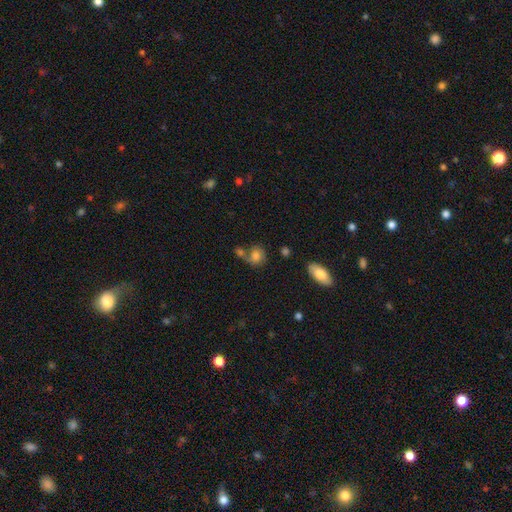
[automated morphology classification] The model was most divided on "merging": none: 47%, merger: 31%, minor disturbance: 14%, major disturbance: 8%. More confident: smooth or featured — smooth (76%); how rounded — round (68%).